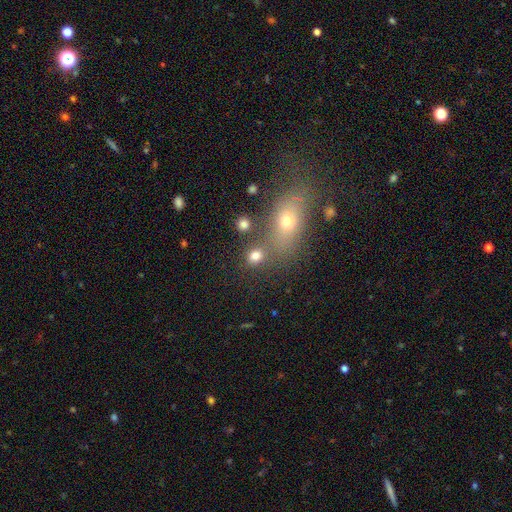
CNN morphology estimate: A smooth galaxy with no disk features (74%) that is round (60%). Merging: none (63%).